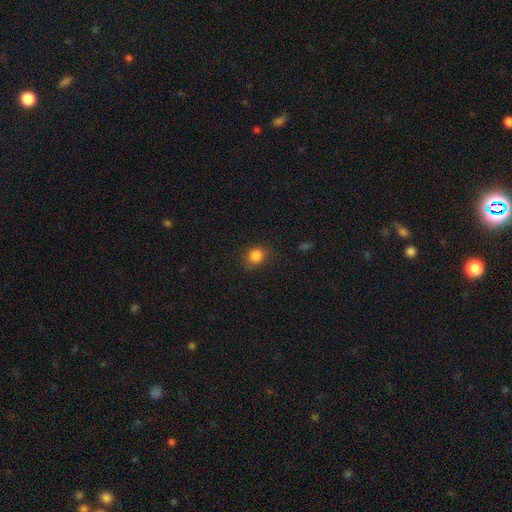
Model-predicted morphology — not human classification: Smooth or featured: smooth — 85% (star or artifact — 11%)
How rounded: round — 79% (in between — 20%)
Merging: none — 83% (minor disturbance — 12%)